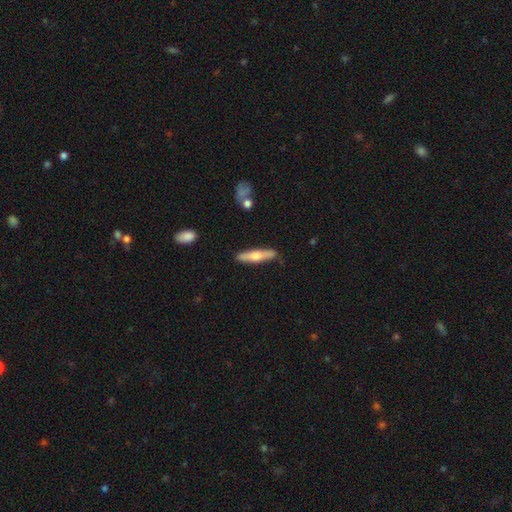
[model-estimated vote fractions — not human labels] A smooth galaxy with no disk features (52%) that is cigar-shaped (85%).

Vote fractions:
- Smooth or featured? smooth: 52% / featured or disk: 43% / star or artifact: 5%
- How rounded? cigar-shaped: 85% / in between: 14% / round: 2%
- Merging? none: 86% / minor disturbance: 10% / merger: 2% / major disturbance: 2%